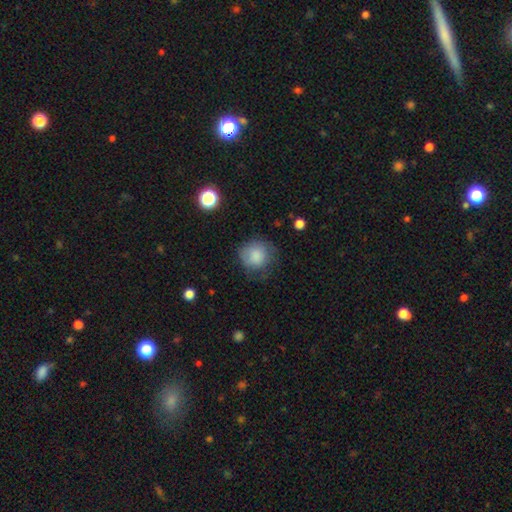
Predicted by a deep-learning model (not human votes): A smooth galaxy with no disk features (81%) that is round (87%). Merging: none (63%).